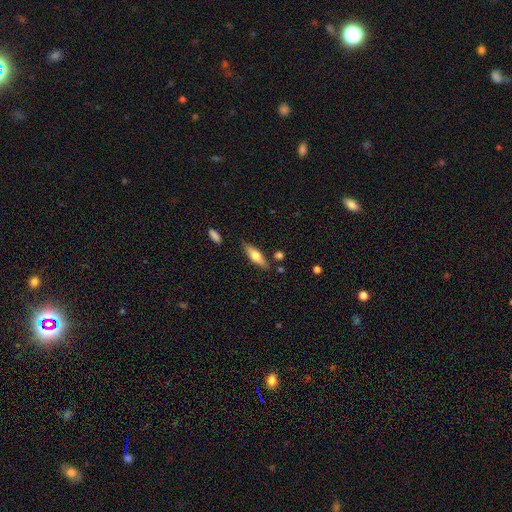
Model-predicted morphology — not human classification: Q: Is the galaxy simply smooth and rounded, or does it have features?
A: smooth — 56%.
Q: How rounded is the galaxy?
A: cigar-shaped — 52%.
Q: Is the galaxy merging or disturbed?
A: none — 79%.